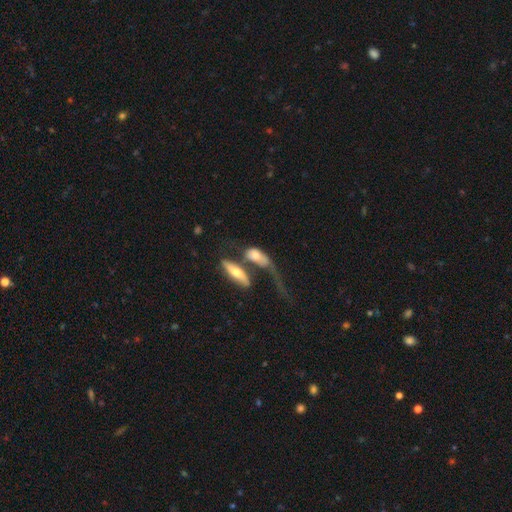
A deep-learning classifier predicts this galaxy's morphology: This appears to be a smooth galaxy with no disk features (56%) that is in between round and cigar-shaped (74%). Merging: merger (55%).